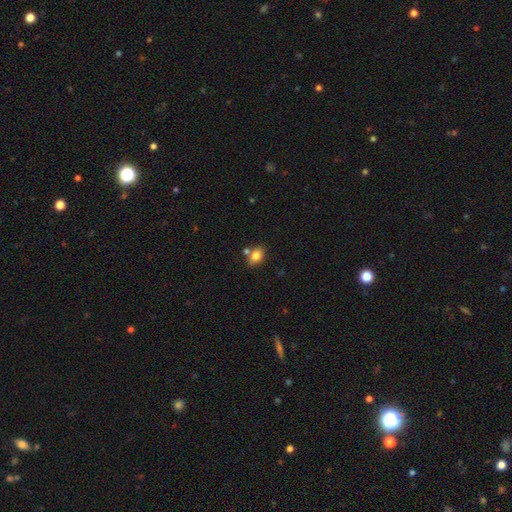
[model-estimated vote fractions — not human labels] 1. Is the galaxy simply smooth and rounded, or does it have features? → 82% smooth, 10% star or artifact, 8% featured or disk.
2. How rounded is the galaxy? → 74% in between, 24% round, 2% cigar-shaped.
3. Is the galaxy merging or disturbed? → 64% none, 19% merger, 14% minor disturbance, 4% major disturbance.